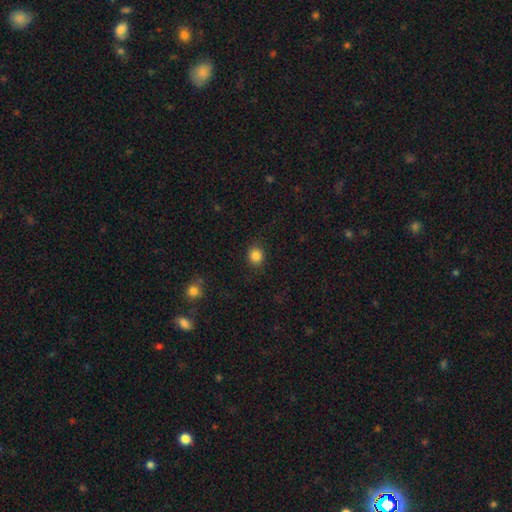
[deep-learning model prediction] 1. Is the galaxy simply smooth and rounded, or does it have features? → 85% smooth, 11% star or artifact, 4% featured or disk.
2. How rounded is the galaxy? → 82% round, 17% in between, 1% cigar-shaped.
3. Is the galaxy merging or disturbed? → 88% none, 8% minor disturbance, 3% major disturbance, 1% merger.